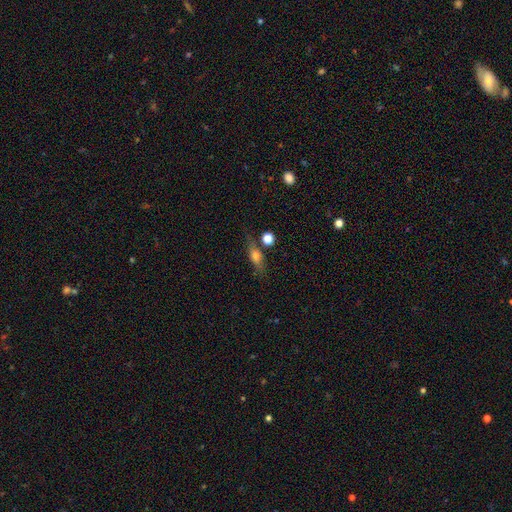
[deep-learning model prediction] Smooth or featured? smooth (57%)
How rounded? in between (51%)
Merging? none (70%)